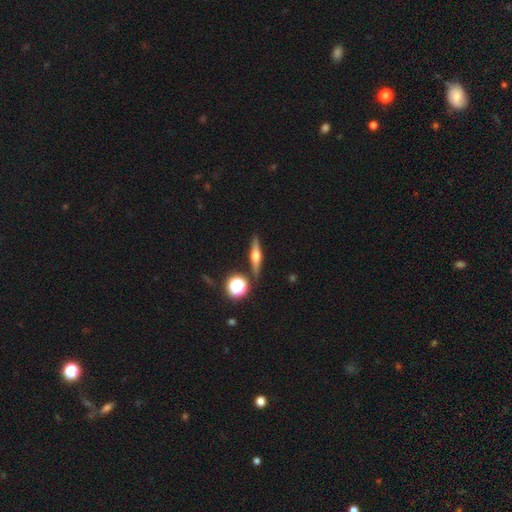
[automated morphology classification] smooth-or-featured: featured or disk: 63% | smooth: 28% | star or artifact: 10%
  disk-edge-on: yes: 96% | no: 4%
    edge-on-bulge: rounded: 92% | boxy: 5% | none: 3%
  merging: none: 88% | minor disturbance: 7% | merger: 3% | major disturbance: 2%